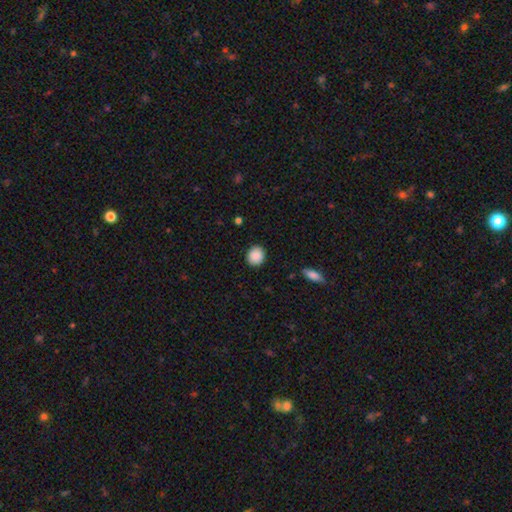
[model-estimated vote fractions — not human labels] Smooth or featured?
  - smooth: 89% *
  - star or artifact: 7%
  - featured or disk: 3%
How rounded?
  - round: 79% *
  - in between: 20%
  - cigar-shaped: 1%
Merging?
  - none: 89% *
  - minor disturbance: 8%
  - major disturbance: 2%
  - merger: 1%